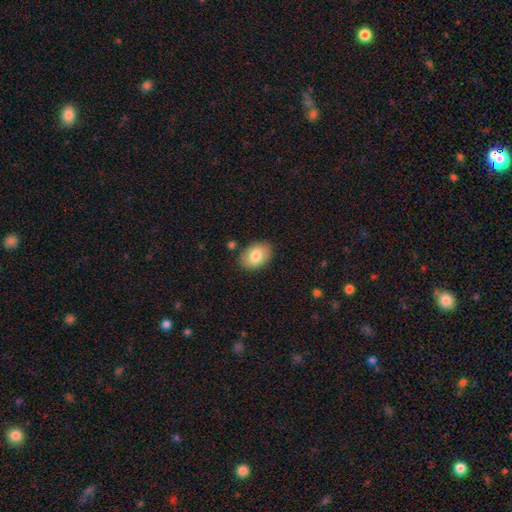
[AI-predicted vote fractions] The model was most divided on "how rounded": in between: 82%, round: 17%, cigar-shaped: 1%. More confident: merging — none (85%); smooth or featured — smooth (80%).